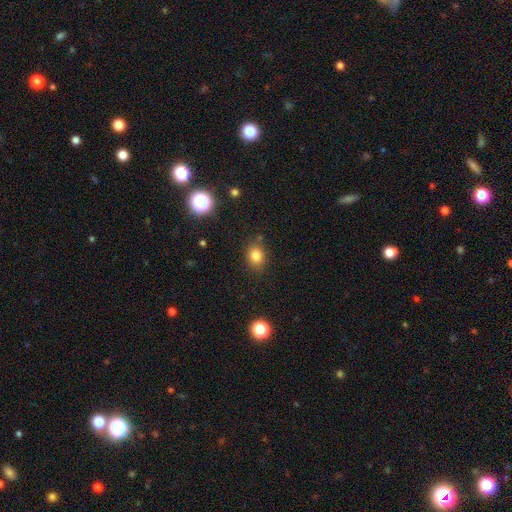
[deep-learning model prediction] Smooth or featured? smooth (81%)
How rounded? in between (50%)
Merging? none (80%)